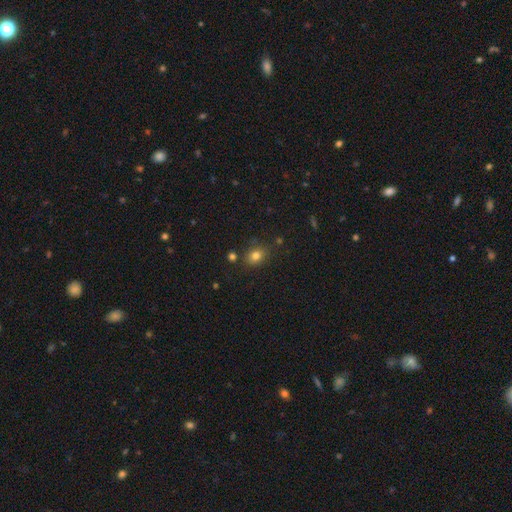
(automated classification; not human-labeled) Smooth or featured? smooth (79%)
How rounded? in between (53%)
Merging? none (79%)